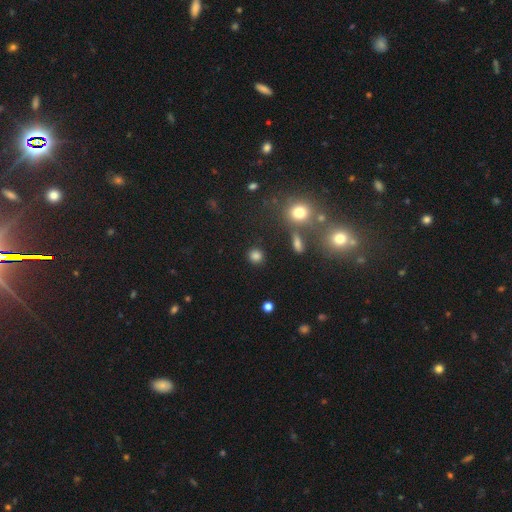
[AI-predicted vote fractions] This is clearly a smooth galaxy (82%). How rounded: clearly round (85%). Merging: clearly none (86%).